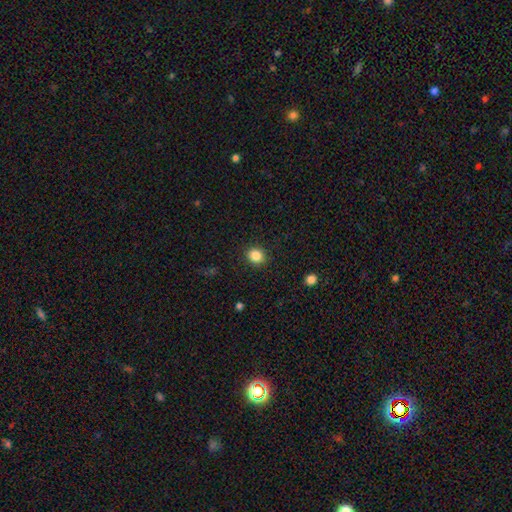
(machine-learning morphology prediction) Smooth or featured? Predicted: smooth (p=0.85). How rounded? Predicted: round (p=0.79). Merging? Predicted: none (p=0.91).